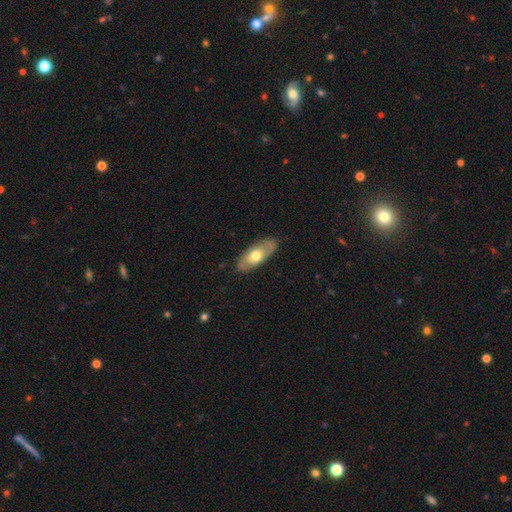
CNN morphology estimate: Smooth or featured?
  - smooth: 55% *
  - featured or disk: 40%
  - star or artifact: 5%
How rounded?
  - in between: 84% *
  - cigar-shaped: 12%
  - round: 4%
Merging?
  - none: 84% *
  - minor disturbance: 13%
  - major disturbance: 3%
  - merger: 1%